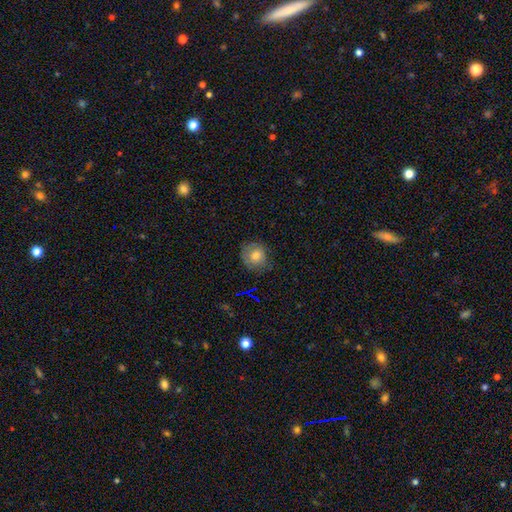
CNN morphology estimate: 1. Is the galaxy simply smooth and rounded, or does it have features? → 70% smooth, 19% featured or disk, 11% star or artifact.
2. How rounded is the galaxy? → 83% round, 16% in between, 1% cigar-shaped.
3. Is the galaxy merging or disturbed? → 73% none, 20% minor disturbance, 6% major disturbance, 1% merger.